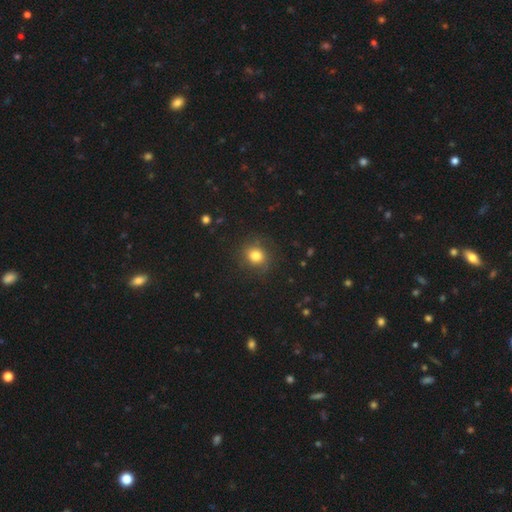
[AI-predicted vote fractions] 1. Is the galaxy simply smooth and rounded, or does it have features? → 78% smooth, 12% star or artifact, 10% featured or disk.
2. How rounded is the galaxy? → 77% round, 22% in between, 1% cigar-shaped.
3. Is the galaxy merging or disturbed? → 80% none, 13% minor disturbance, 5% major disturbance, 1% merger.